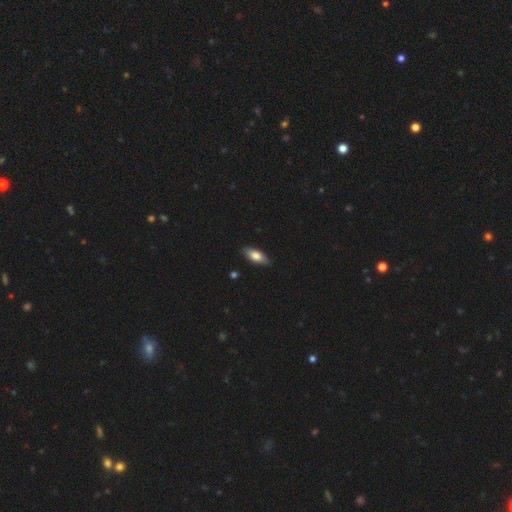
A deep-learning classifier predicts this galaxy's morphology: A smooth galaxy with no disk features (78%) that is in between round and cigar-shaped (84%).

Vote fractions:
- Smooth or featured? smooth: 78% / featured or disk: 16% / star or artifact: 6%
- How rounded? in between: 84% / cigar-shaped: 14% / round: 2%
- Merging? none: 86% / minor disturbance: 11% / major disturbance: 2% / merger: 1%